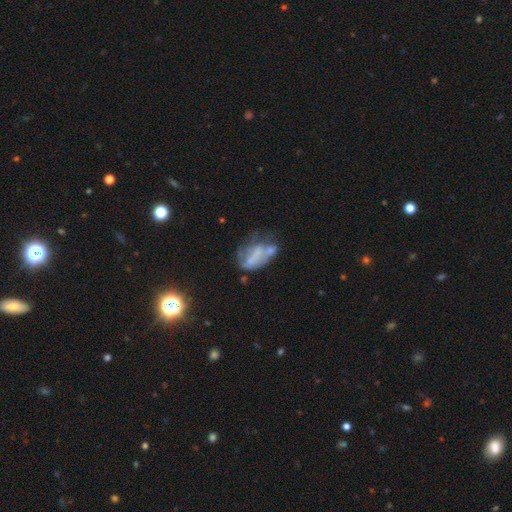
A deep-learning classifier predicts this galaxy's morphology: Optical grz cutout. It shows a featured or disk galaxy (51%). Merging: major disturbance (29%).